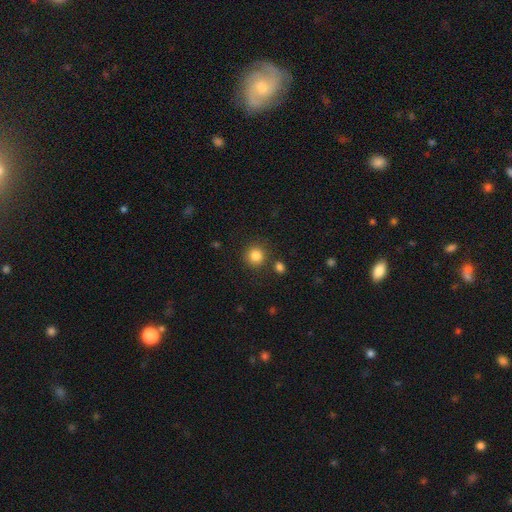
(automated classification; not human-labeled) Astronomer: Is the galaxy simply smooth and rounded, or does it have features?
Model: smooth — 84%.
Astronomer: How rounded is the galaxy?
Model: round — 93%.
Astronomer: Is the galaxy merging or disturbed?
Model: none — 84%.